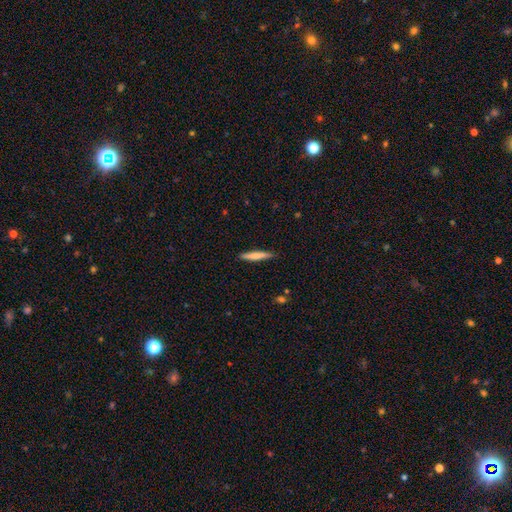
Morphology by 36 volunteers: A smooth galaxy with no disk features (86%) that is cigar-shaped (94%). Merging: none (86%).